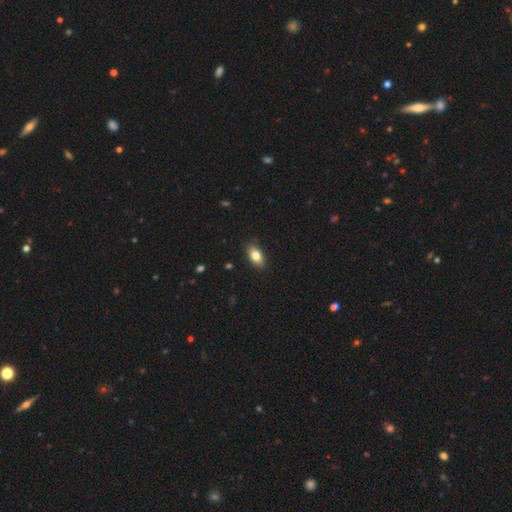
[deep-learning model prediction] This appears to be a smooth galaxy with no disk features (80%) that is in between round and cigar-shaped (89%). Merging: none (87%).